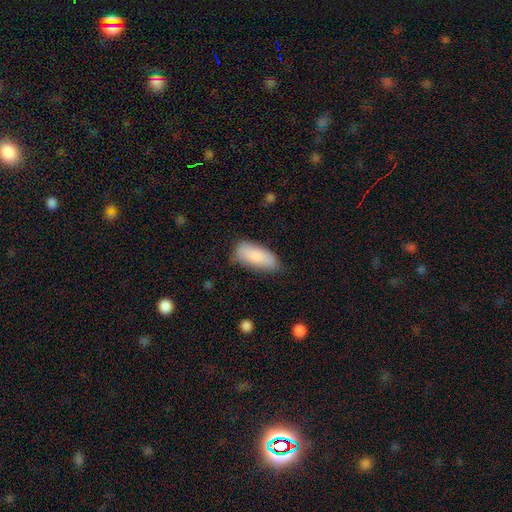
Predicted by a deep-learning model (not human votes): A smooth galaxy with no disk features (86%) that is in between round and cigar-shaped (82%).

Vote fractions:
- Smooth or featured? smooth: 86% / featured or disk: 9% / star or artifact: 6%
- How rounded? in between: 82% / cigar-shaped: 16% / round: 2%
- Merging? none: 68% / minor disturbance: 25% / major disturbance: 5% / merger: 2%